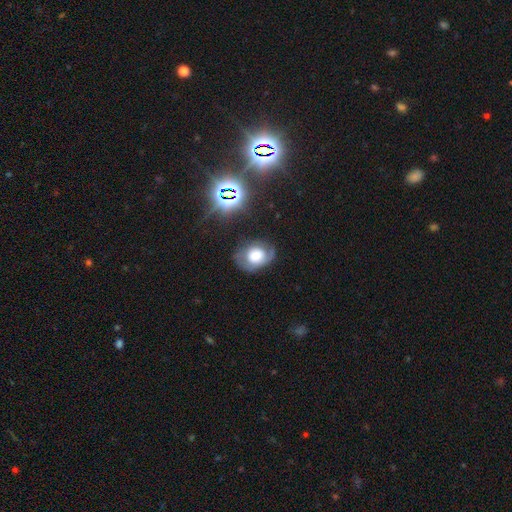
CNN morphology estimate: Smooth or featured? Predicted: smooth (p=0.45). Merging? Predicted: none (p=0.54).